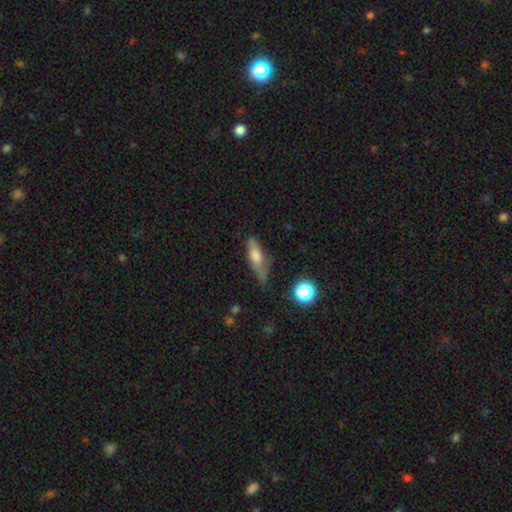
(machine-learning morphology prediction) Smooth or featured? Predicted: smooth (p=0.55). How rounded? Predicted: cigar-shaped (p=0.56). Merging? Predicted: none (p=0.61).